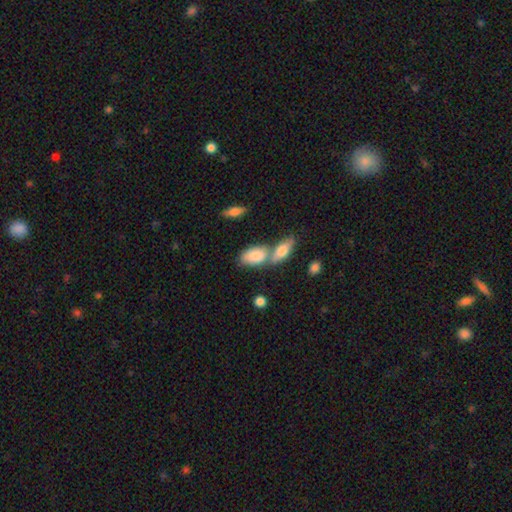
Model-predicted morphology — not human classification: Smooth or featured? smooth (80%)
How rounded? in between (89%)
Merging? merger (45%)